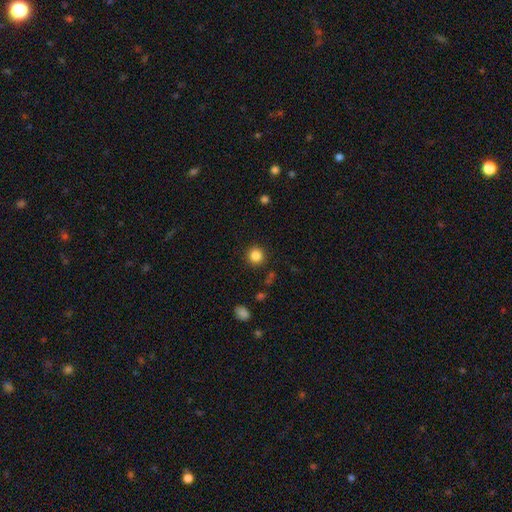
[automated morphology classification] A smooth galaxy with no disk features (85%) that is round (94%). Merging: none (90%).